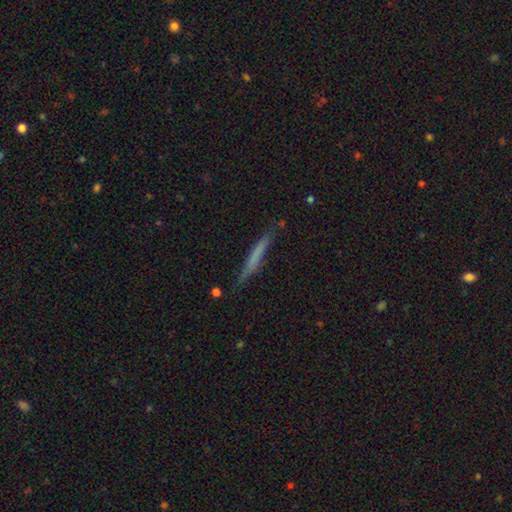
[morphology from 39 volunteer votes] A smooth galaxy with no disk features (67%) that is cigar-shaped (96%).

Vote fractions:
- Smooth or featured? smooth: 67% / featured or disk: 28% / star or artifact: 5%
- How rounded? cigar-shaped: 96% / in between: 4% / round: 0%
- Merging? none: 73% / minor disturbance: 16% / major disturbance: 8% / merger: 3%